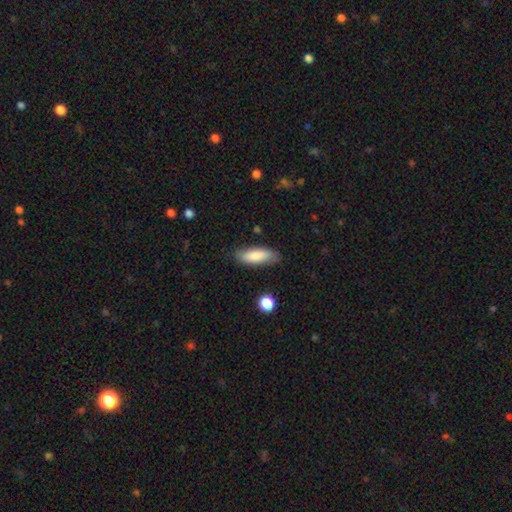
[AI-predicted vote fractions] This appears to be a smooth galaxy with no disk features (84%) that is in between round and cigar-shaped (58%). Merging: none (81%).